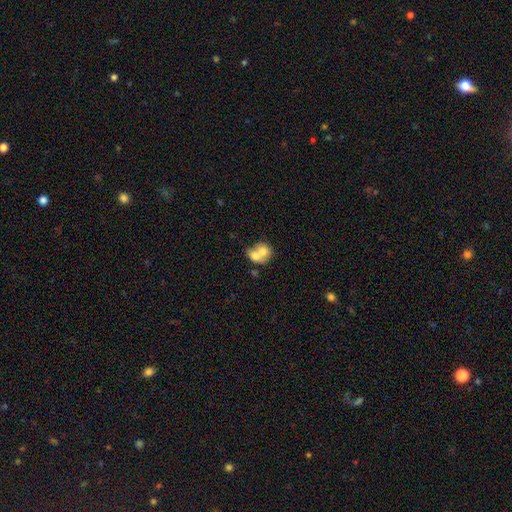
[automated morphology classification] Smooth or featured: smooth — 66% (featured or disk — 26%)
How rounded: round — 59% (in between — 40%)
Merging: merger — 72% (none — 18%)